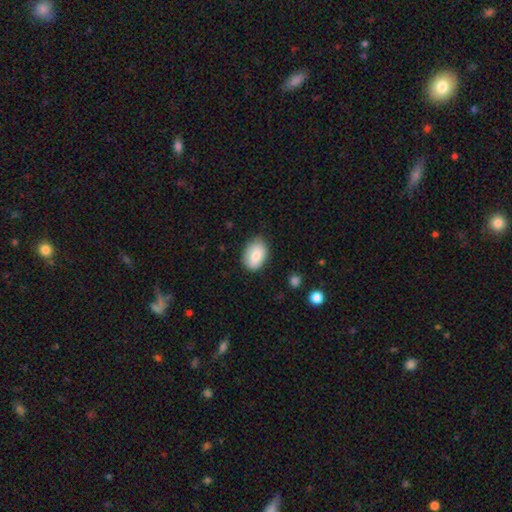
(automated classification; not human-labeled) The model was most divided on "merging": none: 76%, minor disturbance: 20%, major disturbance: 4%, merger: 1%. More confident: how rounded — in between (85%); smooth or featured — smooth (82%).